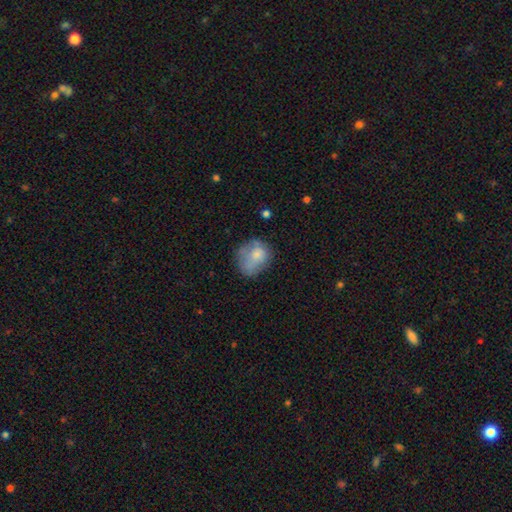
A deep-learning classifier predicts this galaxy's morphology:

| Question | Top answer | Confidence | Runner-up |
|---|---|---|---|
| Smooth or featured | smooth | 72% | featured or disk (19%) |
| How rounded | round | 61% | in between (38%) |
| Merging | none | 50% | minor disturbance (29%) |